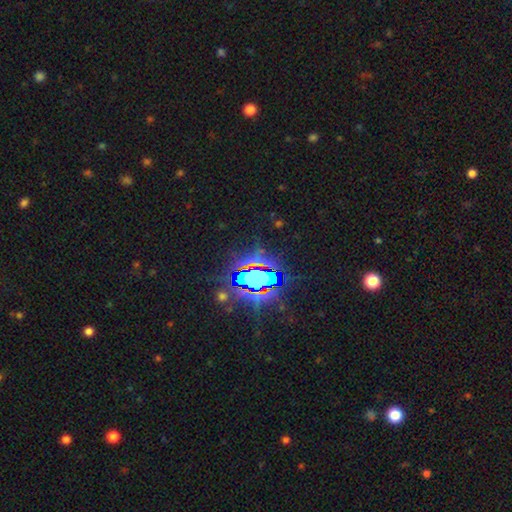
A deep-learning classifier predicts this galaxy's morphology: Smooth or featured? star or artifact (81%)